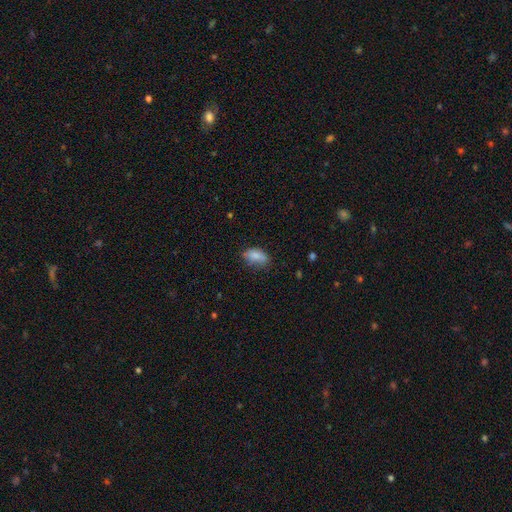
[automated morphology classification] Smooth or featured?
  - smooth: 82% *
  - featured or disk: 10%
  - star or artifact: 8%
How rounded?
  - in between: 88% *
  - cigar-shaped: 7%
  - round: 5%
Merging?
  - none: 58% *
  - minor disturbance: 31%
  - major disturbance: 8%
  - merger: 3%